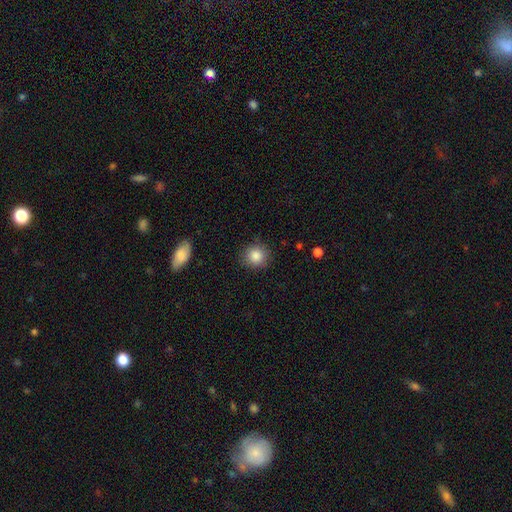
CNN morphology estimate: The model was most divided on "how rounded": round: 87%, in between: 12%, cigar-shaped: 1%. More confident: merging — none (86%); smooth or featured — smooth (86%).